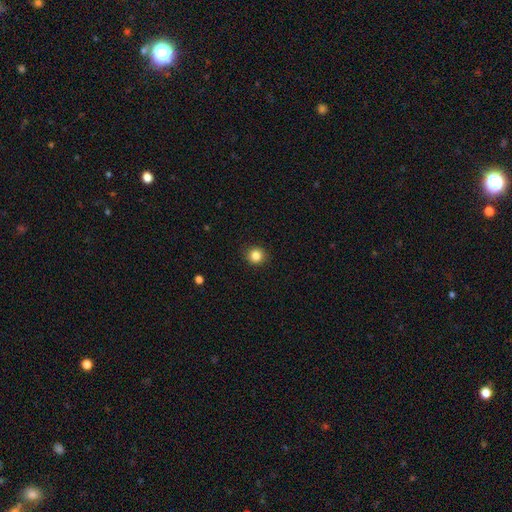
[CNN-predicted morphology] Smooth or featured: smooth — 85% (star or artifact — 11%)
How rounded: round — 90% (in between — 9%)
Merging: none — 90% (minor disturbance — 7%)